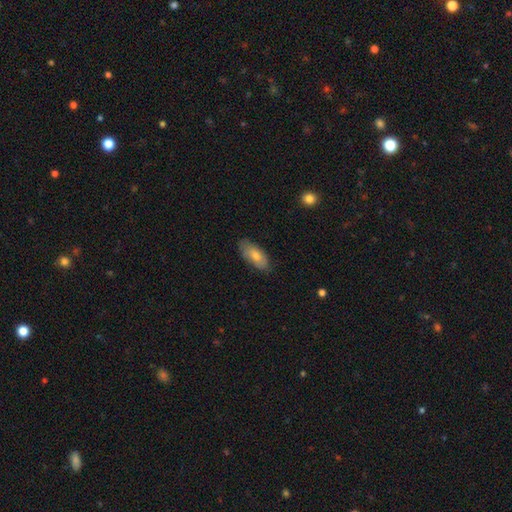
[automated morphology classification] Q: Smooth or featured?
A: smooth (69%); runner-up: featured or disk (24%)
Q: How rounded?
A: in between (85%); runner-up: cigar-shaped (13%)
Q: Merging?
A: none (80%); runner-up: minor disturbance (16%)